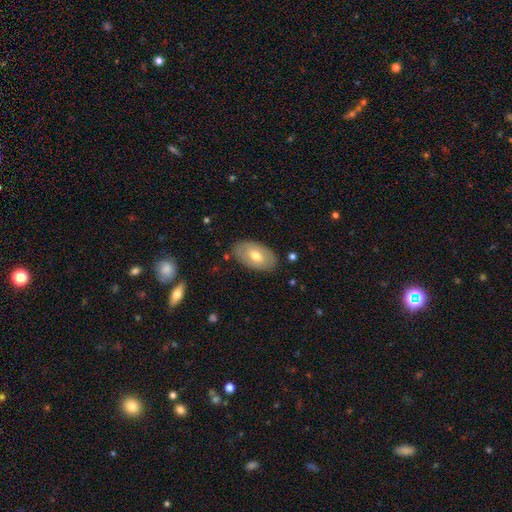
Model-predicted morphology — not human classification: Smooth or featured: smooth — 58% (featured or disk — 36%)
How rounded: in between — 93% (round — 5%)
Merging: none — 83% (minor disturbance — 13%)